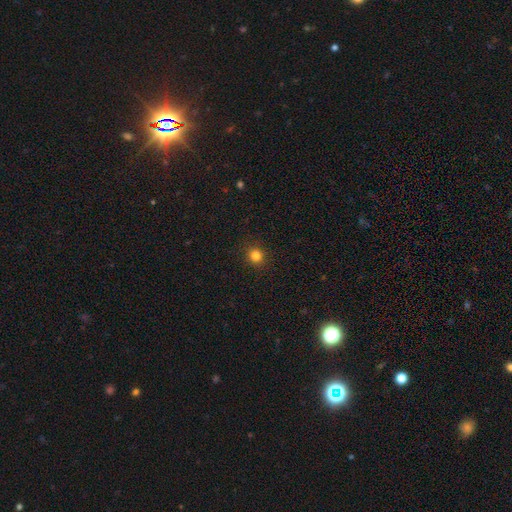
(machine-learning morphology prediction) A smooth galaxy with no disk features (82%) that is round (91%).

Vote fractions:
- Smooth or featured? smooth: 82% / star or artifact: 13% / featured or disk: 4%
- How rounded? round: 91% / in between: 8% / cigar-shaped: 1%
- Merging? none: 92% / minor disturbance: 5% / major disturbance: 2% / merger: 1%